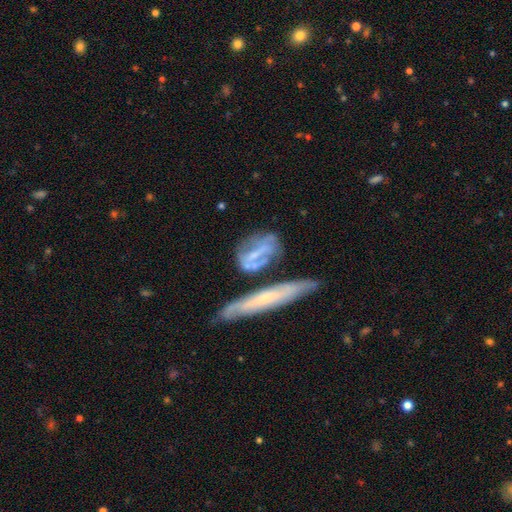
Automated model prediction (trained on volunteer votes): A featured or disk galaxy (58%).

Vote fractions:
- Smooth or featured? featured or disk: 58% / smooth: 34% / star or artifact: 7%
- Edge-on disk? no: 71% / yes: 29%
- Merging? none: 50% / minor disturbance: 21% / merger: 18% / major disturbance: 11%